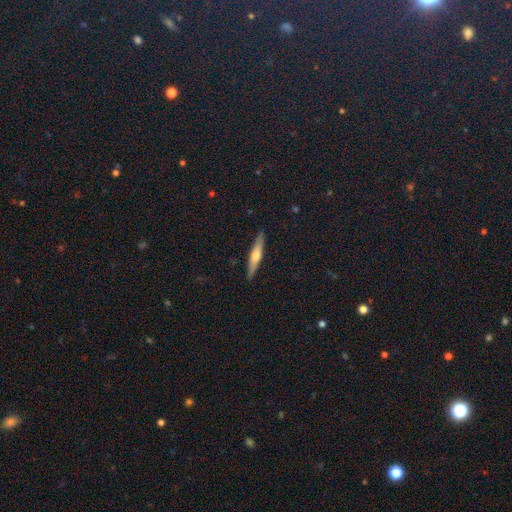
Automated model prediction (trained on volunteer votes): This appears to be a featured or disk galaxy (52%) viewed edge-on (95%). Merging: none (90%).